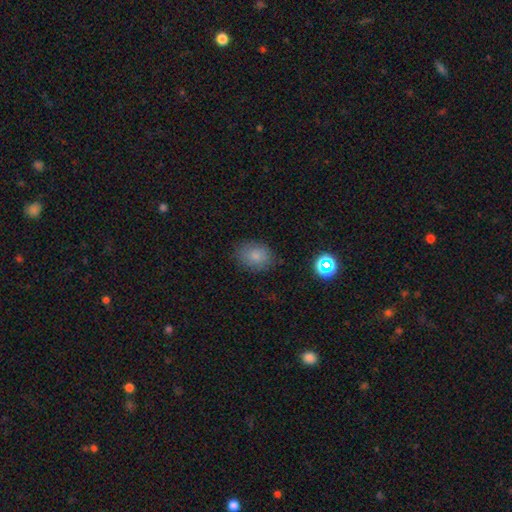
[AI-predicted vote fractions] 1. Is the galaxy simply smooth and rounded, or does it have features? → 80% smooth, 11% star or artifact, 8% featured or disk.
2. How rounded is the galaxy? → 59% in between, 40% round, 1% cigar-shaped.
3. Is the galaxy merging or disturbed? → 81% none, 14% minor disturbance, 4% major disturbance, 2% merger.